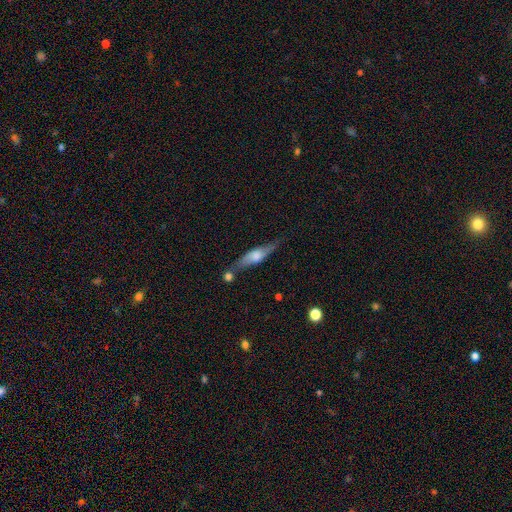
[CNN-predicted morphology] type=featured or disk (53%); edge-on=yes (85%); merging=none (61%).